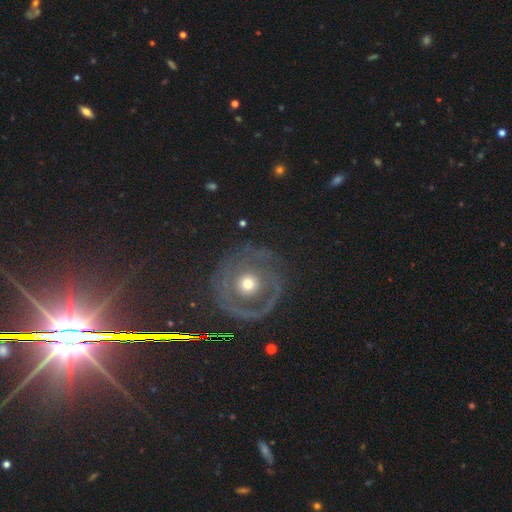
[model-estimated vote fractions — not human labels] This appears to be a featured or disk galaxy (66%) with no bar (73%), no spiral arms (51%) and a moderate central bulge (68%). Merging: none (78%).